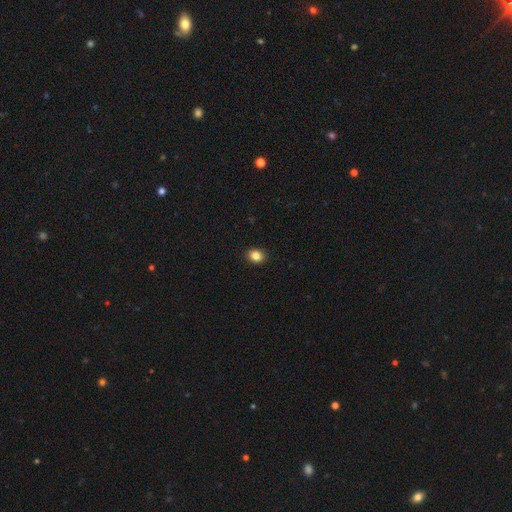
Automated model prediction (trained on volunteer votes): A smooth galaxy with no disk features (85%) that is round (54%). Merging: none (91%).